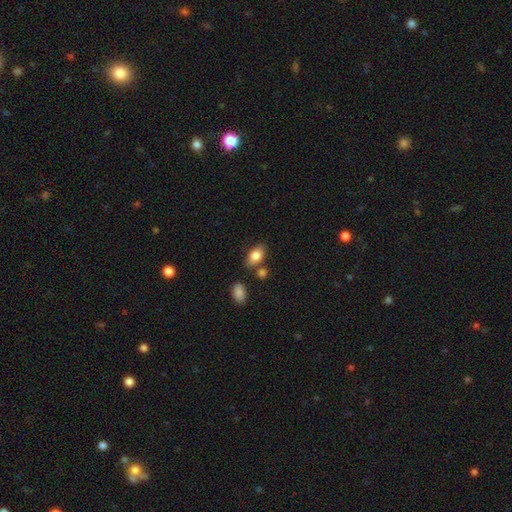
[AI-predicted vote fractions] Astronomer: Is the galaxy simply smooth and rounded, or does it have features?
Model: smooth — 83%.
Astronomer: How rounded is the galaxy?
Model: in between — 90%.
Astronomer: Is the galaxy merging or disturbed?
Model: none — 72%.